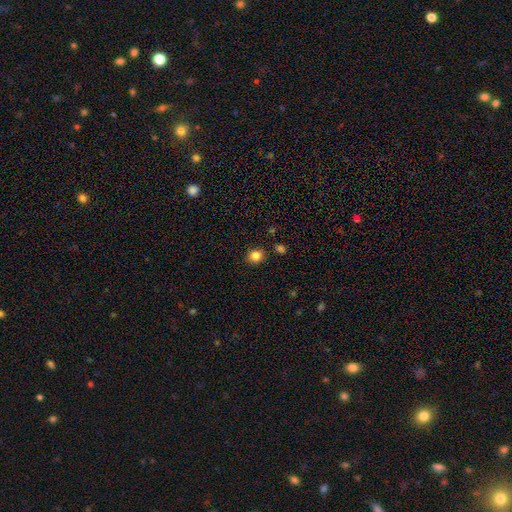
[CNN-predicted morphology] A smooth galaxy with no disk features (85%) that is round (78%). Merging: none (86%).